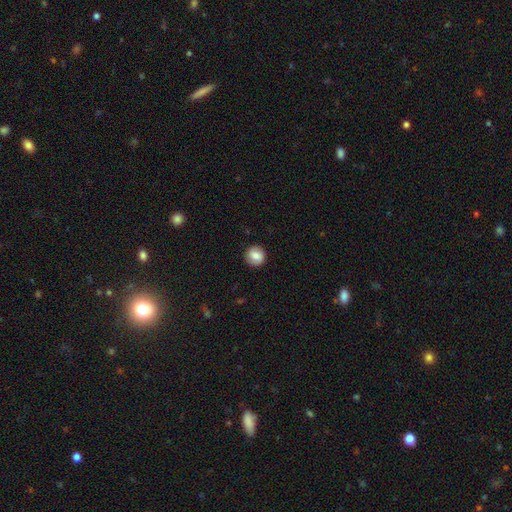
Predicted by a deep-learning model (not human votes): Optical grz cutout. It shows a smooth galaxy with no disk features (77%) that is round (92%). Merging: none (90%).